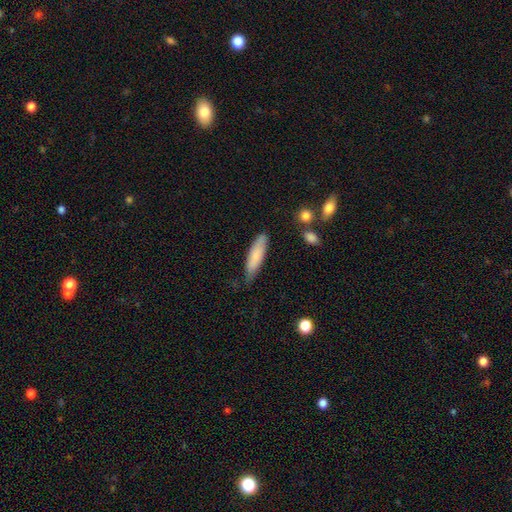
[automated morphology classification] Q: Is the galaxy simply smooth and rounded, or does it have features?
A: smooth — 77%.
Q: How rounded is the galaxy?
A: cigar-shaped — 63%.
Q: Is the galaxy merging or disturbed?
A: none — 73%.